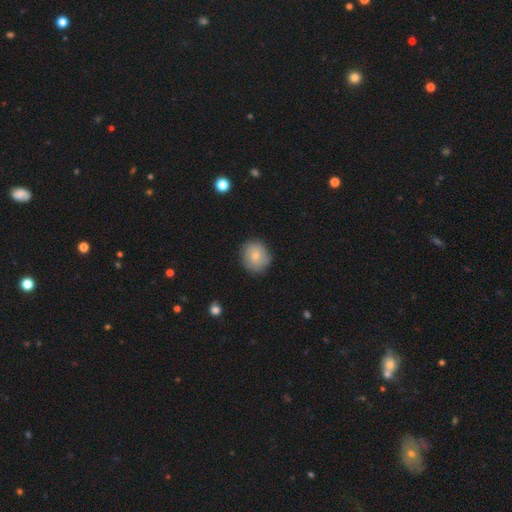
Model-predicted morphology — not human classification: Smooth or featured? smooth (74%)
How rounded? round (79%)
Merging? none (84%)